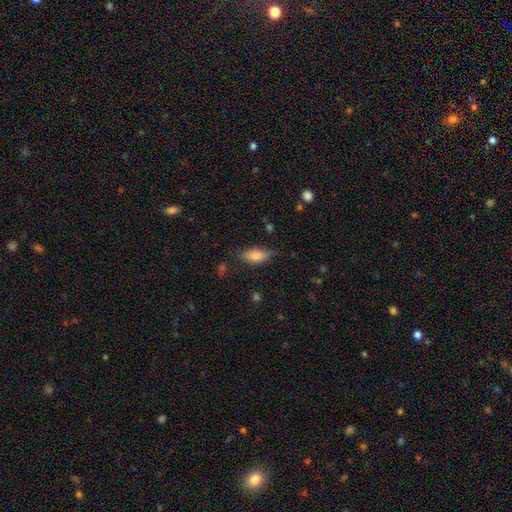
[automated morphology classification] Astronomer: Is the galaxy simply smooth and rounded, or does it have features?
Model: smooth — 77%.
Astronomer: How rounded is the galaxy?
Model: in between — 83%.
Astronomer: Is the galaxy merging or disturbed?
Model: none — 61%.